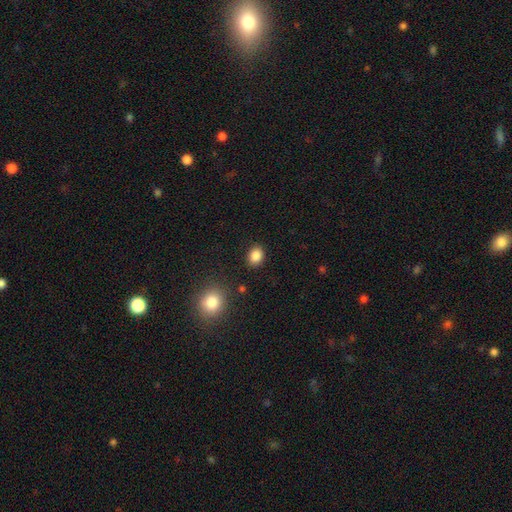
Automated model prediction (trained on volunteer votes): Morphology: type=smooth (86%); roundness=round (50%); merging=none (87%).